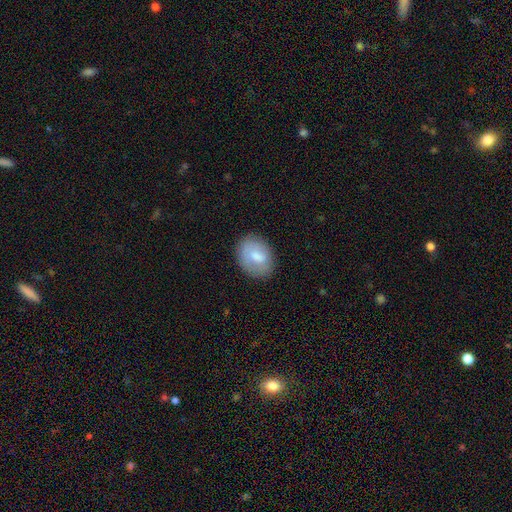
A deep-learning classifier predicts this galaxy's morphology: Smooth or featured? smooth (72%)
How rounded? in between (70%)
Merging? none (78%)